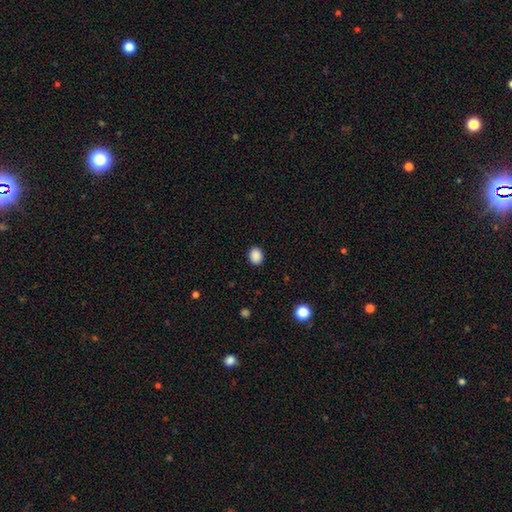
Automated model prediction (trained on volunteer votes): The model was most divided on "how rounded": in between: 54%, round: 45%, cigar-shaped: 1%. More confident: merging — none (90%); smooth or featured — smooth (89%).